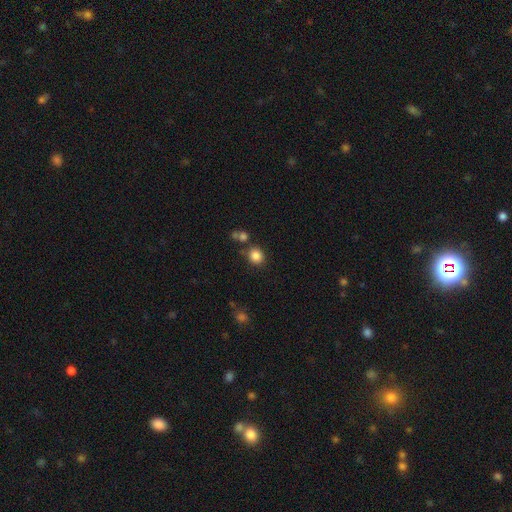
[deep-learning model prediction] smooth 85%, star or artifact 11%, featured or disk 5%. Down the decision tree: how rounded — round (79%); merging — none (77%).